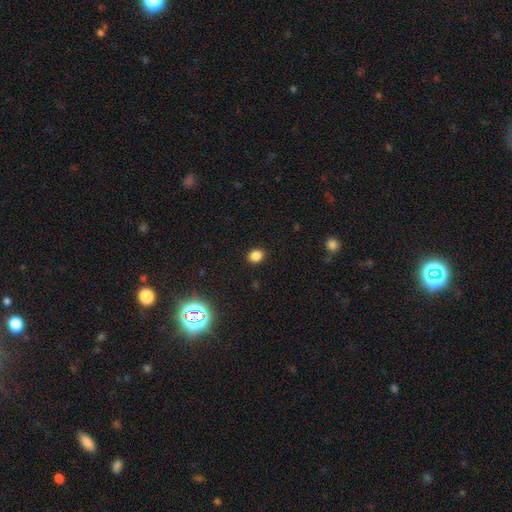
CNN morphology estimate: smooth_or_featured: smooth (p=0.83) [alt: star or artifact p=0.13]
how_rounded: round (p=0.71) [alt: in between p=0.28]
merging: none (p=0.90) [alt: minor disturbance p=0.07]